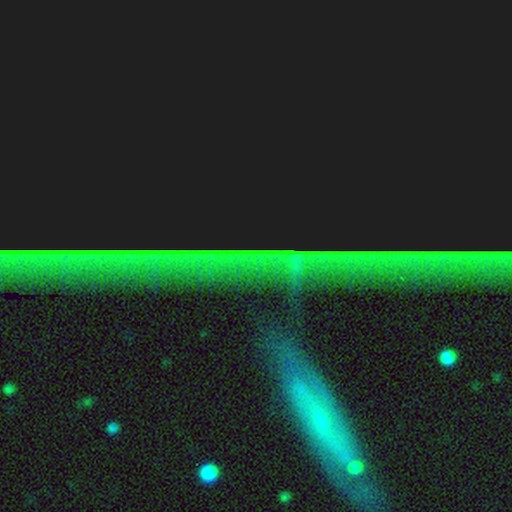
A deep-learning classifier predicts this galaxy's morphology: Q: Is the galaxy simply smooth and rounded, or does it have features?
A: star or artifact — 80%.